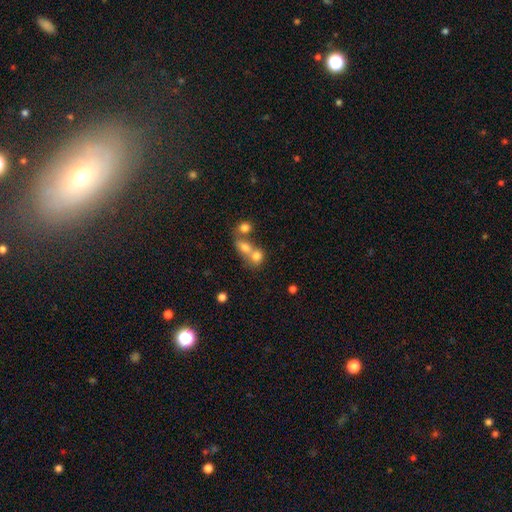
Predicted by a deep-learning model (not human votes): The model was most divided on "how rounded": in between: 50%, round: 48%, cigar-shaped: 2%. More confident: smooth or featured — smooth (74%); merging — merger (61%).